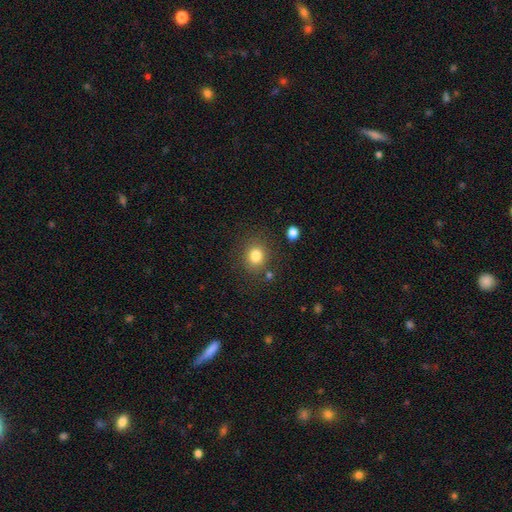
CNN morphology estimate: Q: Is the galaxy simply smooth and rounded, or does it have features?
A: smooth — 82%.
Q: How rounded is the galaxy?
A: round — 77%.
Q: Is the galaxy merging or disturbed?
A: none — 82%.